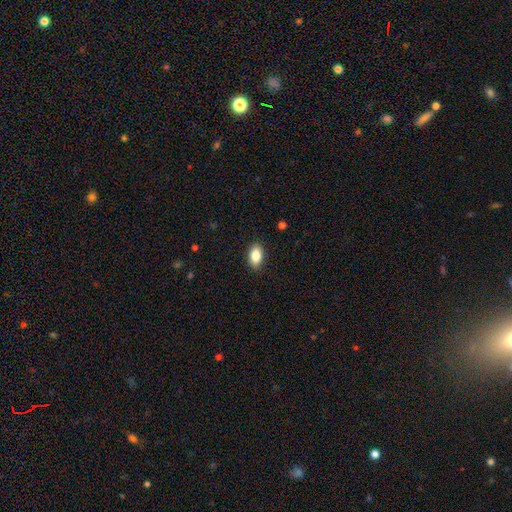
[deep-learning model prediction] Smooth or featured?
  - smooth: 83% *
  - featured or disk: 9%
  - star or artifact: 8%
How rounded?
  - in between: 90% *
  - round: 7%
  - cigar-shaped: 4%
Merging?
  - none: 89% *
  - minor disturbance: 8%
  - major disturbance: 2%
  - merger: 1%